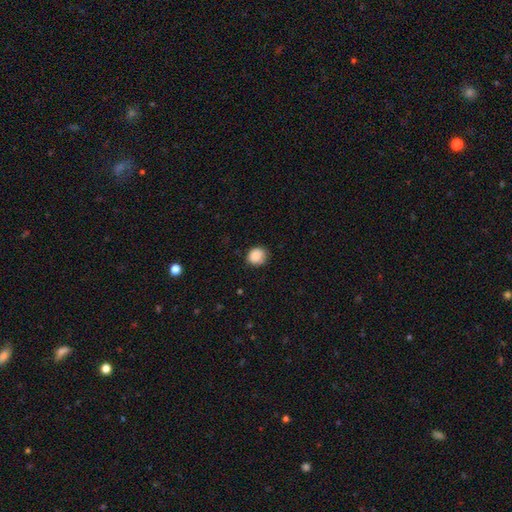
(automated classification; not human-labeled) Smooth or featured? Predicted: smooth (p=0.87). How rounded? Predicted: round (p=0.84). Merging? Predicted: none (p=0.76).